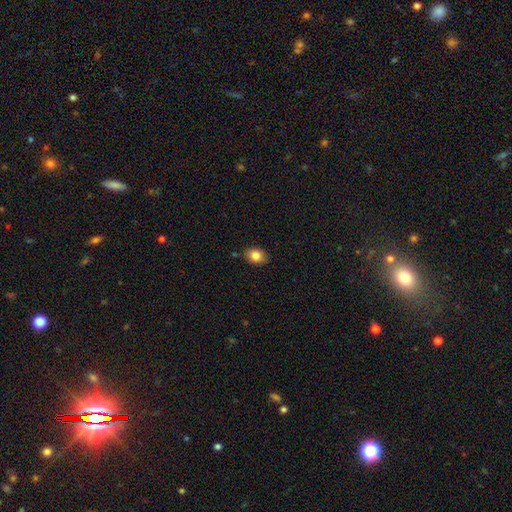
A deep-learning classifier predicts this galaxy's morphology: smooth 83%, star or artifact 9%, featured or disk 8%. Down the decision tree: how rounded — in between (67%); merging — none (84%).